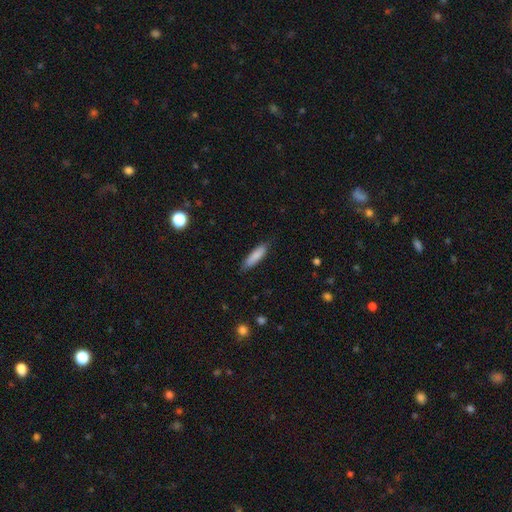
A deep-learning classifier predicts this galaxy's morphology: A smooth galaxy with no disk features (84%) that is cigar-shaped (73%). Merging: none (84%).